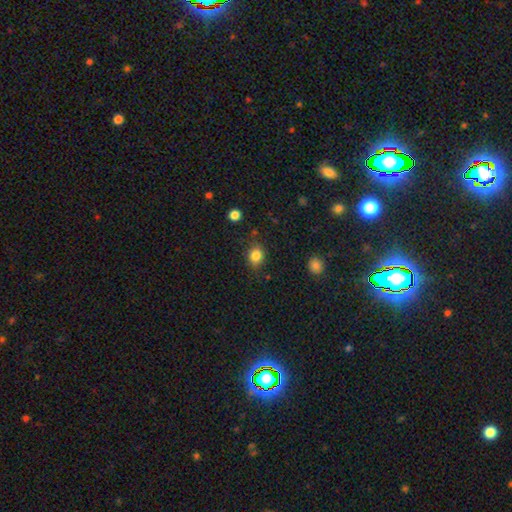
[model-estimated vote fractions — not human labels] The model was most divided on "how rounded": round: 57%, in between: 42%, cigar-shaped: 1%. More confident: smooth or featured — smooth (84%); merging — none (79%).